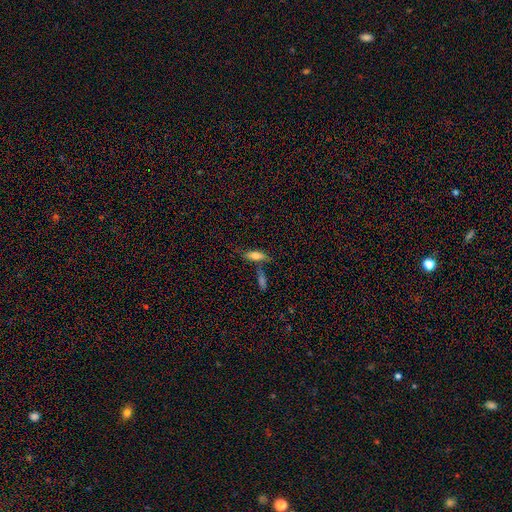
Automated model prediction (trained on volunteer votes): A smooth galaxy with no disk features (68%) that is in between round and cigar-shaped (60%). Merging: none (57%).